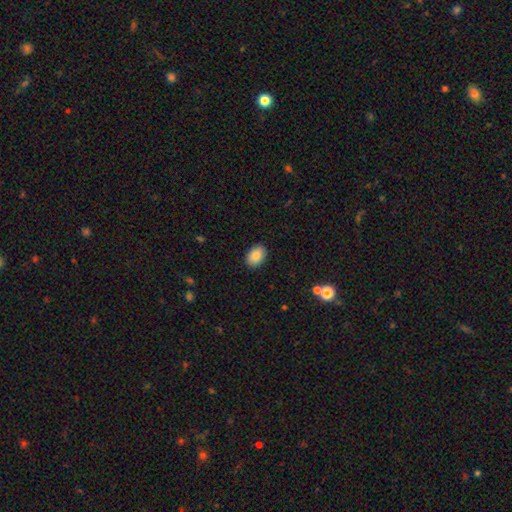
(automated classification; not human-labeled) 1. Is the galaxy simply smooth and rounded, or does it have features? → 87% smooth, 7% star or artifact, 6% featured or disk.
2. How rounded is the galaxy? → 84% in between, 15% round, 1% cigar-shaped.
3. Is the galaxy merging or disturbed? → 90% none, 7% minor disturbance, 2% major disturbance, 1% merger.